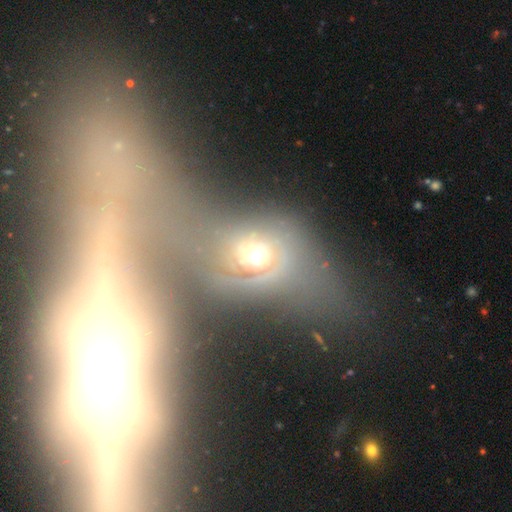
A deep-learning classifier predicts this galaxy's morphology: type=featured or disk (60%); edge-on=no (86%); bar=no (69%); spiral arms=yes (61%); bulge=moderate (62%); merging=merger (58%).